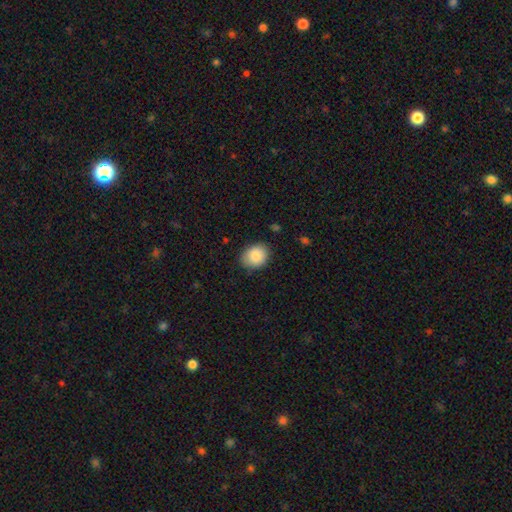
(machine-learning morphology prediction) Q: Smooth or featured?
A: smooth (88%); runner-up: star or artifact (7%)
Q: How rounded?
A: round (52%); runner-up: in between (47%)
Q: Merging?
A: none (82%); runner-up: minor disturbance (14%)